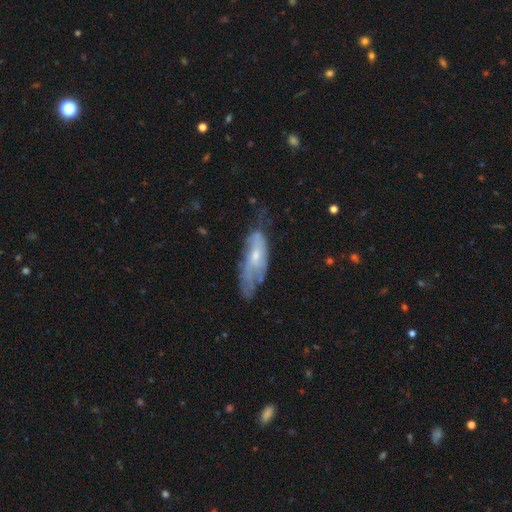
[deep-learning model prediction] Q: Smooth or featured?
A: featured or disk (56%); runner-up: smooth (37%)
Q: Edge-on disk?
A: no (80%); runner-up: yes (20%)
Q: Merging?
A: none (38%); runner-up: minor disturbance (33%)